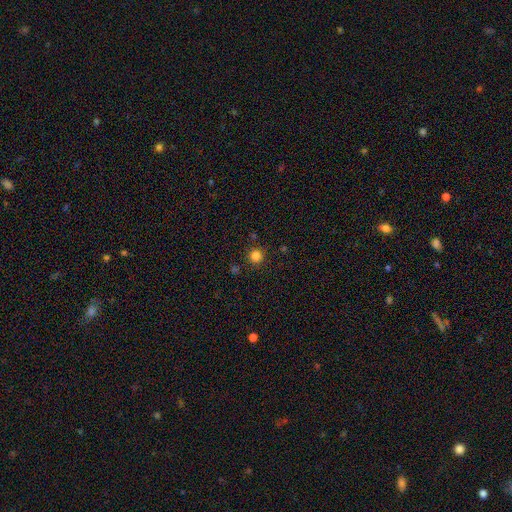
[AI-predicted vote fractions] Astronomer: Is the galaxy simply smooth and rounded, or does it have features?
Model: smooth — 82%.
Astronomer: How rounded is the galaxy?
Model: round — 95%.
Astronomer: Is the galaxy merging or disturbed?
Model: none — 88%.